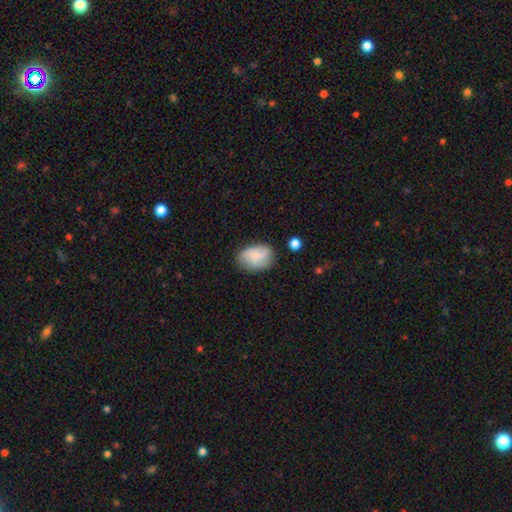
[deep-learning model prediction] A smooth galaxy with no disk features (58%) that is in between round and cigar-shaped (74%). Merging: none (68%).